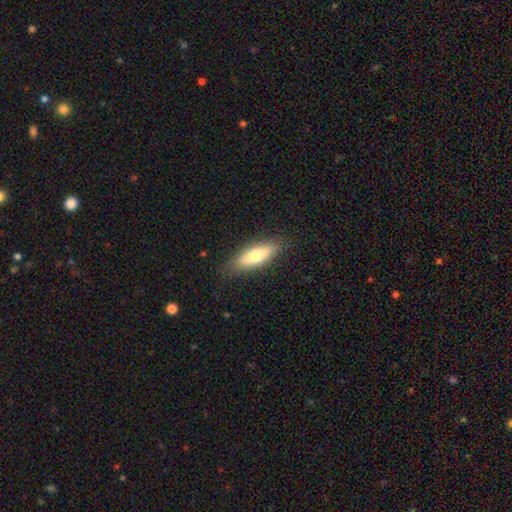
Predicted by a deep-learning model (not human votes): The model was most divided on "how rounded": in between: 56%, cigar-shaped: 42%, round: 2%. More confident: merging — none (85%); smooth or featured — smooth (68%).